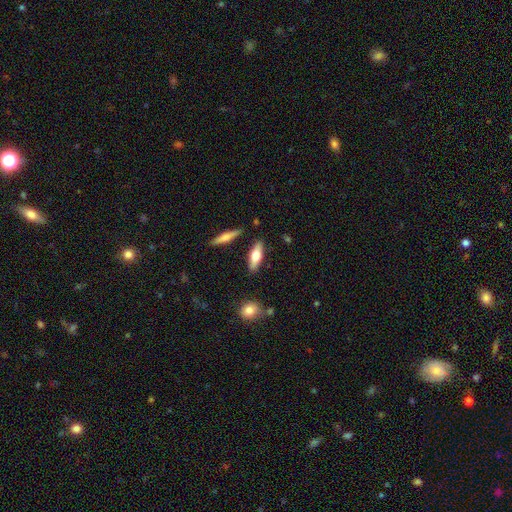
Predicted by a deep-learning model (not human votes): Q: Smooth or featured?
A: smooth (58%); runner-up: featured or disk (36%)
Q: How rounded?
A: in between (53%); runner-up: cigar-shaped (44%)
Q: Merging?
A: none (84%); runner-up: minor disturbance (10%)